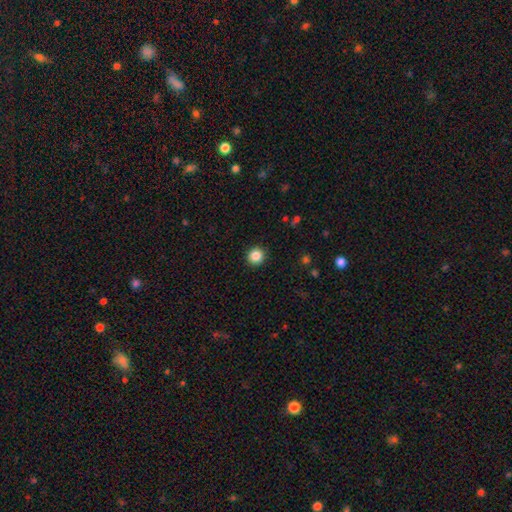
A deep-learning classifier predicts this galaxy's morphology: A smooth galaxy with no disk features (86%) that is round (94%). Merging: none (92%).